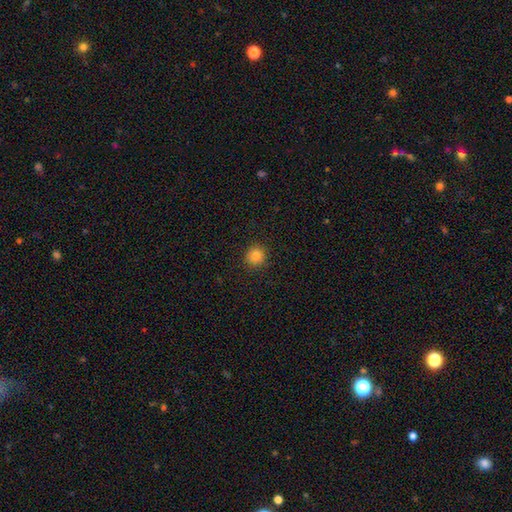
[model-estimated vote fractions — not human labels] Smooth or featured? smooth (85%)
How rounded? round (92%)
Merging? none (91%)